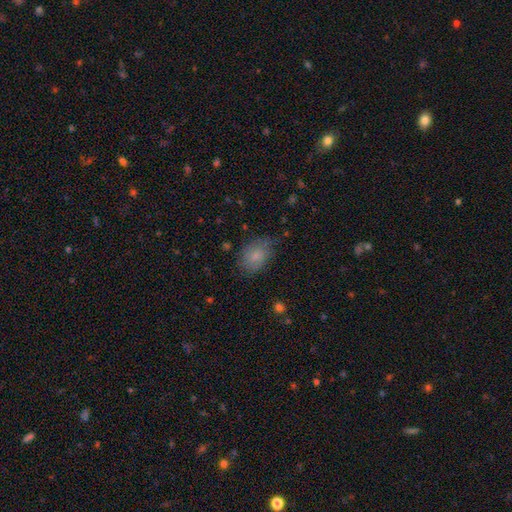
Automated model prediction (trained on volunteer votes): smooth 76%, featured or disk 16%, star or artifact 9%. Down the decision tree: how rounded — in between (79%); merging — none (64%).